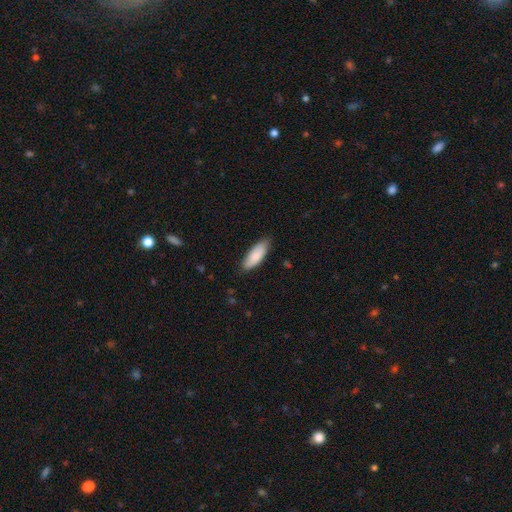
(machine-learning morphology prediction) A smooth galaxy with no disk features (85%) that is in between round and cigar-shaped (71%). Merging: none (78%).